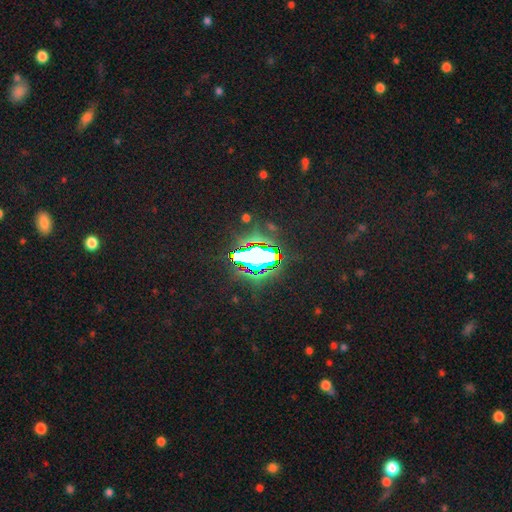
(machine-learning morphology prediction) Smooth or featured? star or artifact (70%)